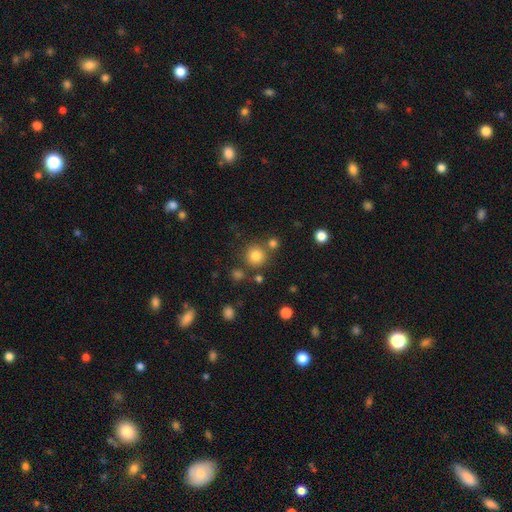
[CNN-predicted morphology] This appears to be a smooth galaxy with no disk features (81%) that is round (93%). Merging: none (78%).